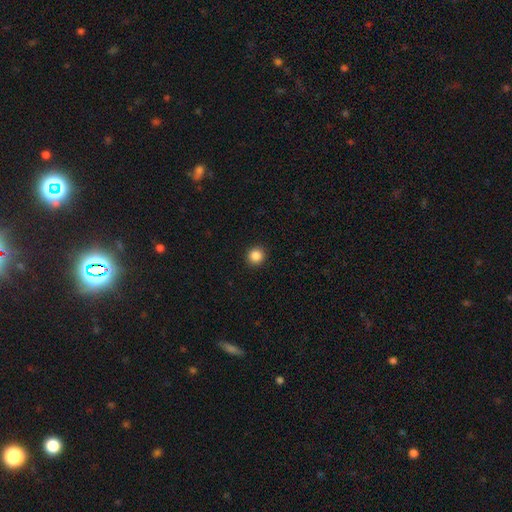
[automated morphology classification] This is clearly a smooth galaxy (86%). How rounded: clearly round (94%). Merging: clearly none (93%).